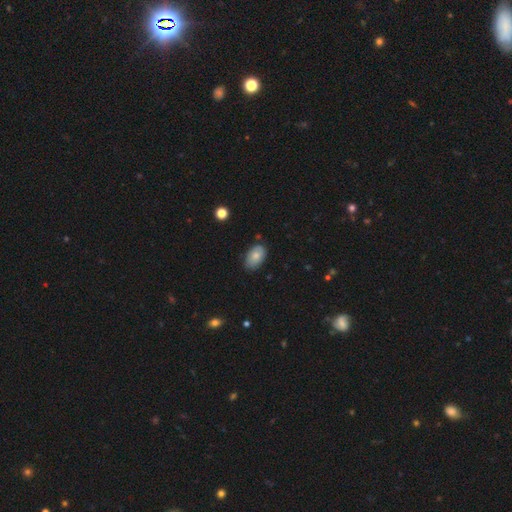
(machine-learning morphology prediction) Smooth or featured: smooth — 75% (featured or disk — 17%)
How rounded: in between — 92% (round — 7%)
Merging: none — 76% (minor disturbance — 20%)